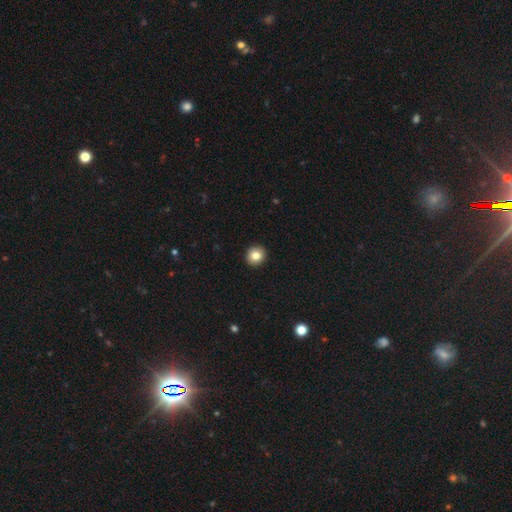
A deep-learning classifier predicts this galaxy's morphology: A smooth galaxy with no disk features (82%) that is round (90%). Merging: none (93%).